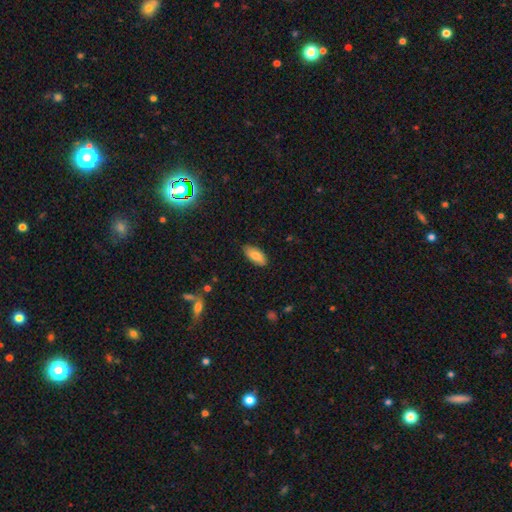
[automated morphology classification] A smooth galaxy with no disk features (81%) that is in between round and cigar-shaped (89%). Merging: none (85%).